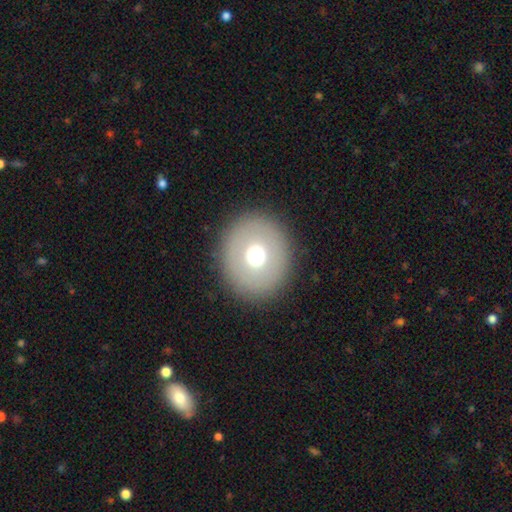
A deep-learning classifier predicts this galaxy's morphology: smooth_or_featured: smooth (p=0.66) [alt: featured or disk p=0.23]
how_rounded: round (p=0.82) [alt: in between p=0.17]
merging: none (p=0.90) [alt: minor disturbance p=0.06]